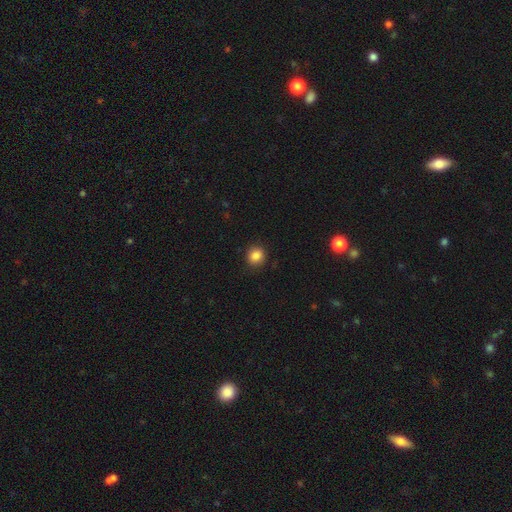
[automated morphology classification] A smooth galaxy with no disk features (86%) that is round (85%). Merging: none (89%).